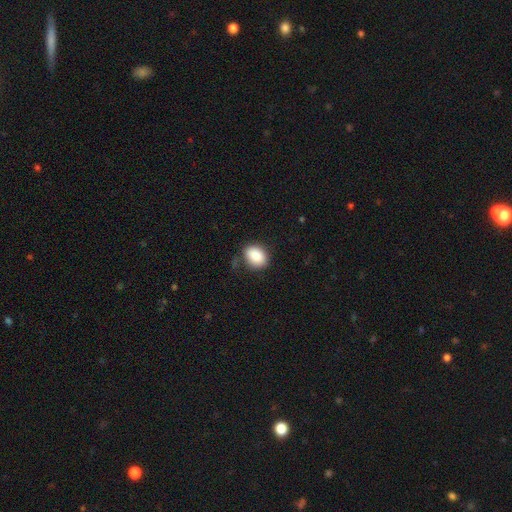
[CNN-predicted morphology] This is clearly a smooth galaxy (88%). How rounded: likely in between (70%). Merging: likely none (76%).